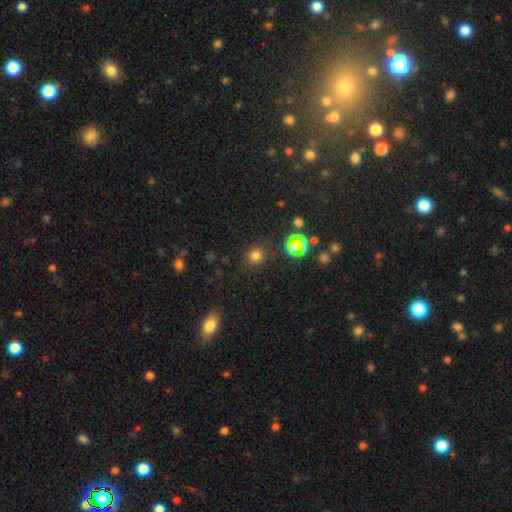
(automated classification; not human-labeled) Smooth or featured: smooth — 71% (star or artifact — 23%)
How rounded: round — 88% (in between — 11%)
Merging: none — 85% (minor disturbance — 8%)